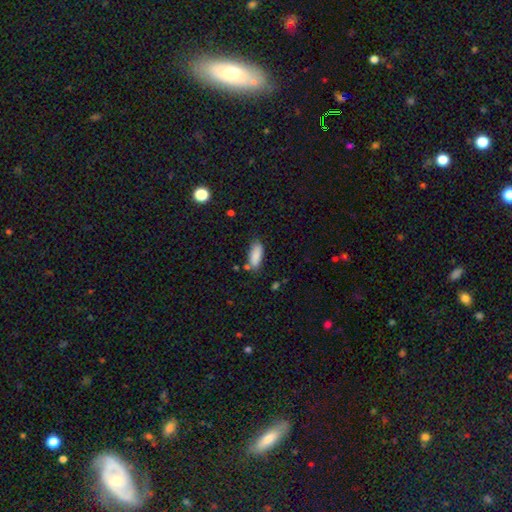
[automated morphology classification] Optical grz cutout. It shows a smooth galaxy with no disk features (87%) that is in between round and cigar-shaped (76%). Merging: none (72%).